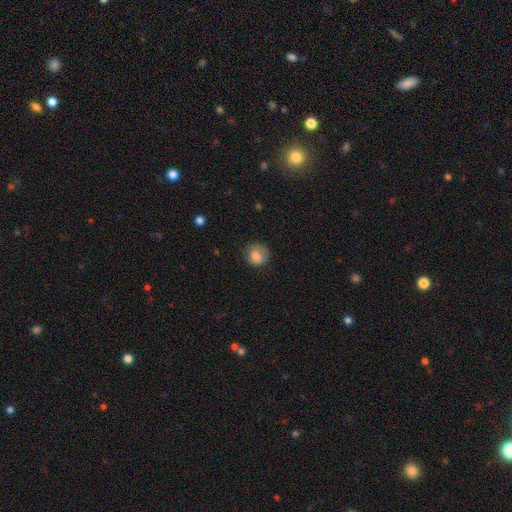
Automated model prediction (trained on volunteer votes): This is likely a smooth galaxy (77%). How rounded: clearly round (83%). Merging: likely none (73%).